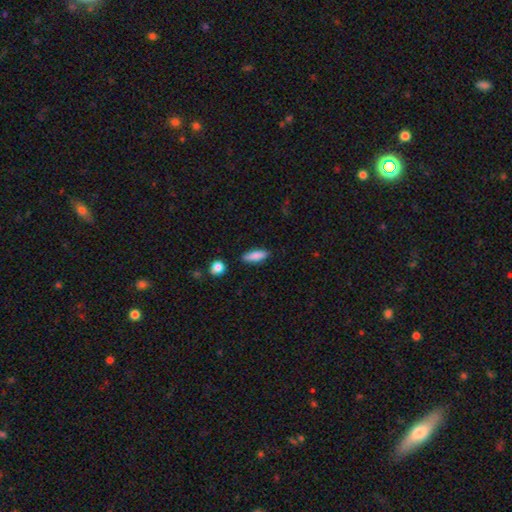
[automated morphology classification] smooth_or_featured: smooth (p=0.85) [alt: featured or disk p=0.08]
how_rounded: in between (p=0.58) [alt: cigar-shaped p=0.40]
merging: none (p=0.86) [alt: minor disturbance p=0.10]